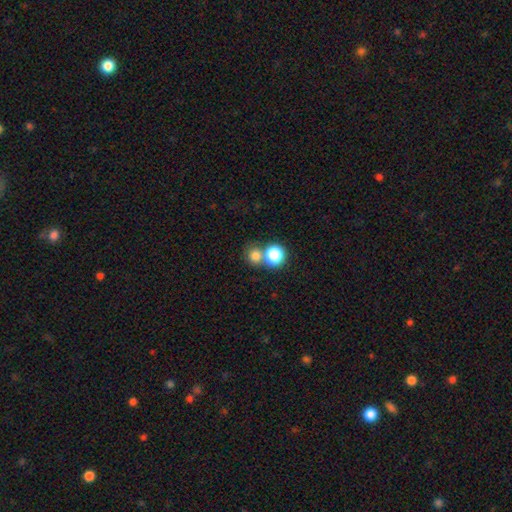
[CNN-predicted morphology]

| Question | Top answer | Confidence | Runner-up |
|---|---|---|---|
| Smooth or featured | smooth | 78% | star or artifact (14%) |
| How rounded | round | 86% | in between (13%) |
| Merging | none | 50% | merger (41%) |